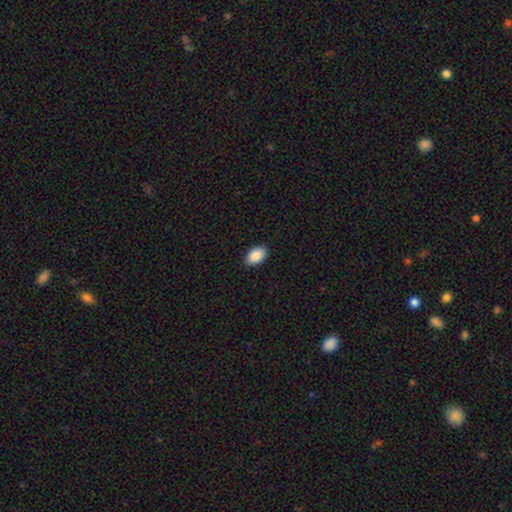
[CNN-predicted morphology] smooth-or-featured: smooth: 89% | star or artifact: 7% | featured or disk: 4%
  how-rounded: in between: 93% | round: 6% | cigar-shaped: 1%
  merging: none: 89% | minor disturbance: 8% | major disturbance: 2% | merger: 1%